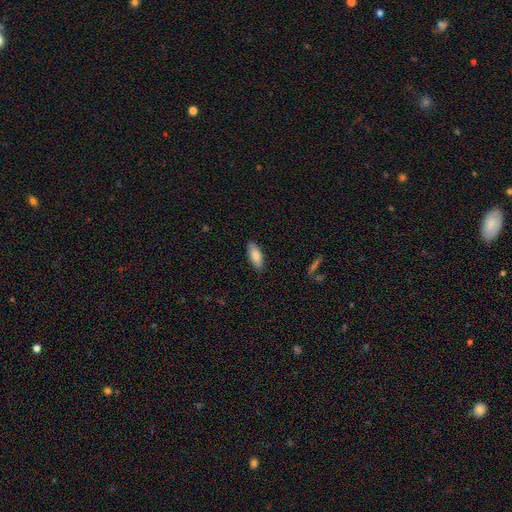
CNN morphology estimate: The model was most divided on "how rounded": in between: 79%, cigar-shaped: 19%, round: 2%. More confident: merging — none (85%); smooth or featured — smooth (83%).